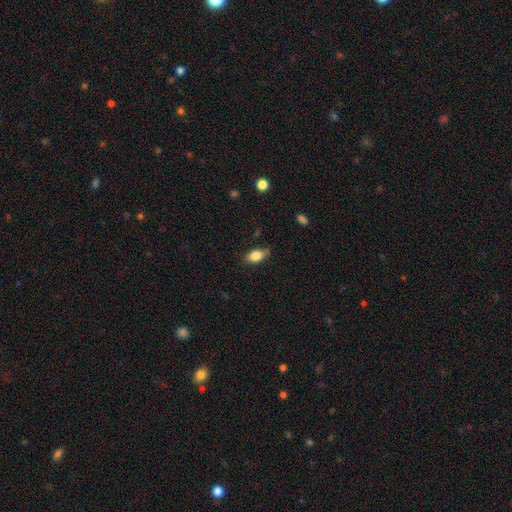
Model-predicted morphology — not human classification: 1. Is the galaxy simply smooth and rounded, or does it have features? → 82% smooth, 10% featured or disk, 8% star or artifact.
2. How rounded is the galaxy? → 88% in between, 6% cigar-shaped, 6% round.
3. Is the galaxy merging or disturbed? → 78% none, 18% minor disturbance, 3% major disturbance, 1% merger.